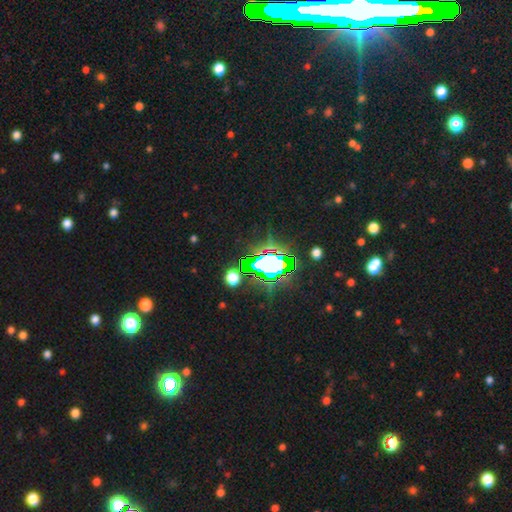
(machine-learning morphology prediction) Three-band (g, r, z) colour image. It shows a star or artifact, not a galaxy (75%).